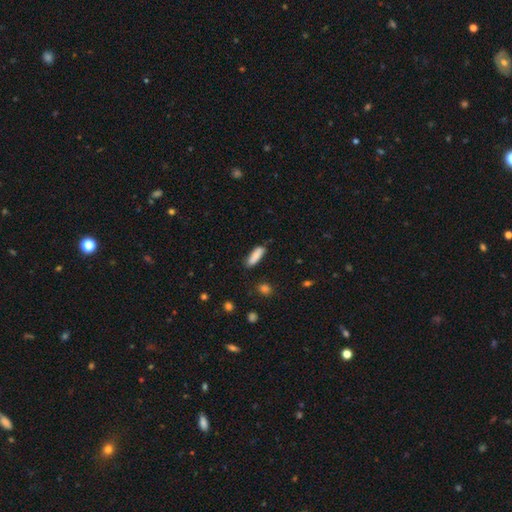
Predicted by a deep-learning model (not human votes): This appears to be a smooth galaxy with no disk features (85%) that is cigar-shaped (52%). Merging: none (80%).